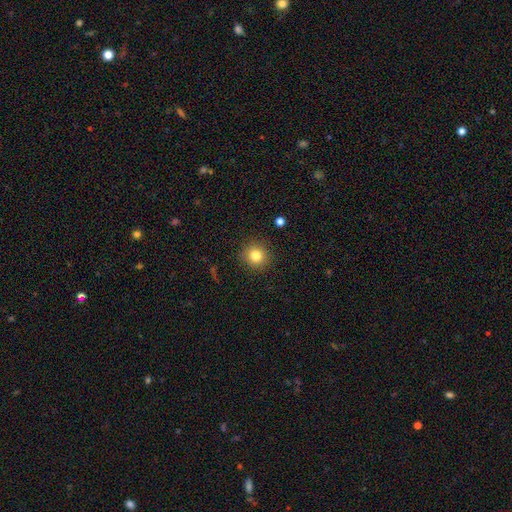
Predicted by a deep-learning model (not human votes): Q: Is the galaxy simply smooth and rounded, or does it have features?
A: smooth — 82%.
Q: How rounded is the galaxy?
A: round — 92%.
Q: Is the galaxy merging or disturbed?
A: none — 89%.